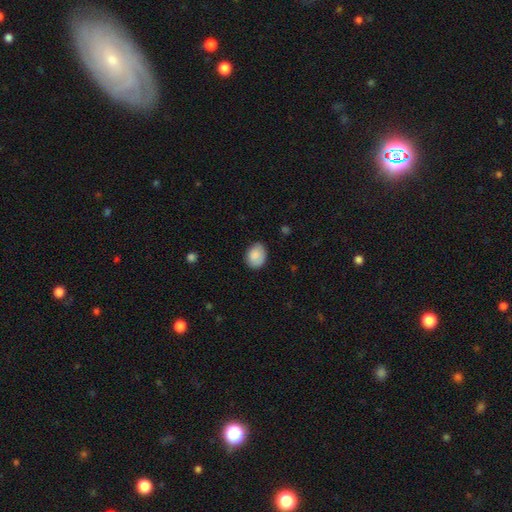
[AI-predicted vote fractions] Smooth or featured?
  - smooth: 87% *
  - star or artifact: 7%
  - featured or disk: 6%
How rounded?
  - in between: 66% *
  - round: 33%
  - cigar-shaped: 1%
Merging?
  - none: 77% *
  - minor disturbance: 19%
  - major disturbance: 3%
  - merger: 1%